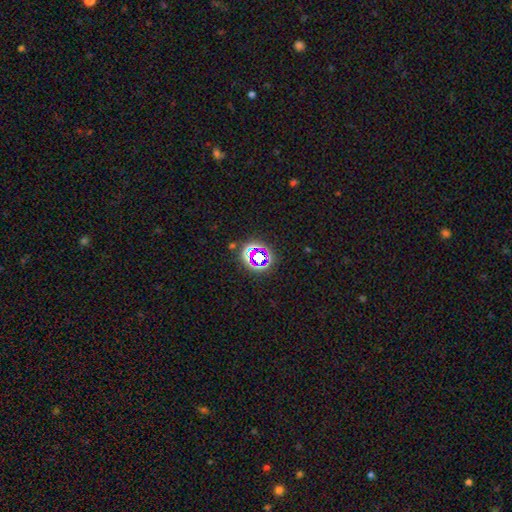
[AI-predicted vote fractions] star or artifact 65%, smooth 23%, featured or disk 12%.